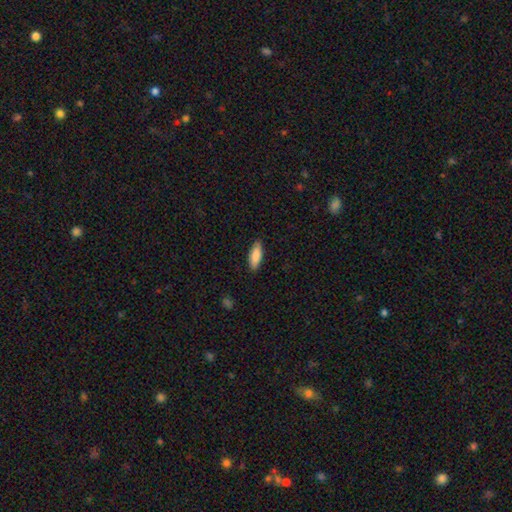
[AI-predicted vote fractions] Q: Smooth or featured?
A: smooth (86%); runner-up: featured or disk (8%)
Q: How rounded?
A: in between (65%); runner-up: cigar-shaped (33%)
Q: Merging?
A: none (87%); runner-up: minor disturbance (10%)